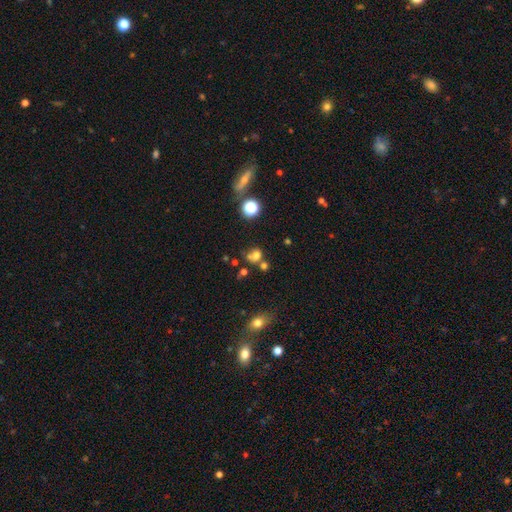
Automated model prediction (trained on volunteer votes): Overall: smooth (67%). How rounded: round (67%; in between 32%). Merging: none (43%; merger 35%).